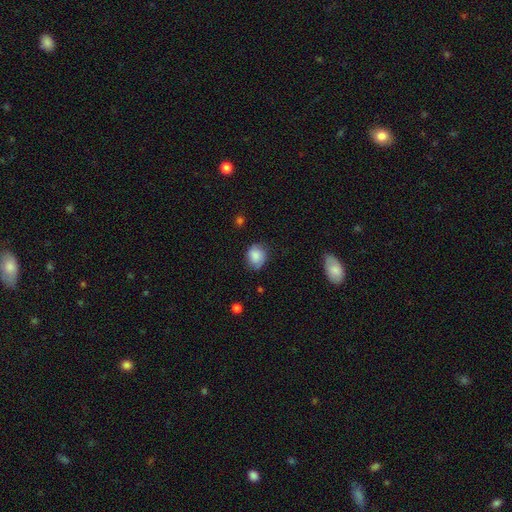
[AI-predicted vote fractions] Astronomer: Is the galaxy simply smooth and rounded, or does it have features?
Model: smooth — 80%.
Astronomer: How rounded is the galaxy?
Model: round — 59% (runner-up: in between, 40%).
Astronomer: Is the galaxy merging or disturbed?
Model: none — 69%.